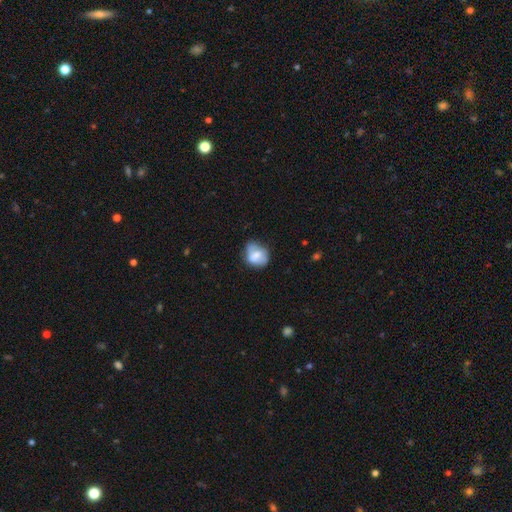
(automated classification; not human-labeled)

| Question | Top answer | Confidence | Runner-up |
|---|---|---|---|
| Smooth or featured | smooth | 62% | featured or disk (30%) |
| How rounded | round | 51% | in between (48%) |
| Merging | none | 51% | minor disturbance (34%) |